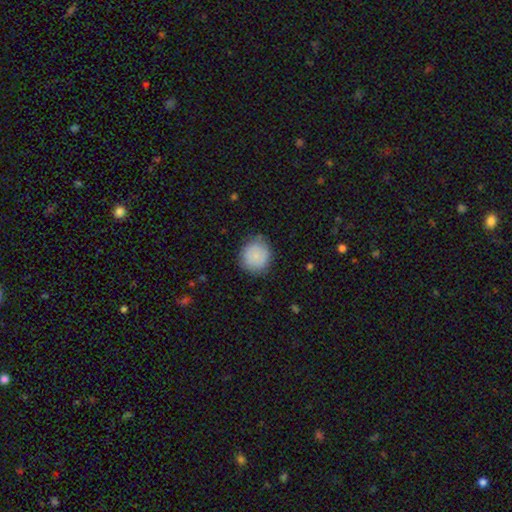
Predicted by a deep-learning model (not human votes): smooth 84%, featured or disk 8%, star or artifact 7%. Down the decision tree: how rounded — round (88%); merging — none (76%).